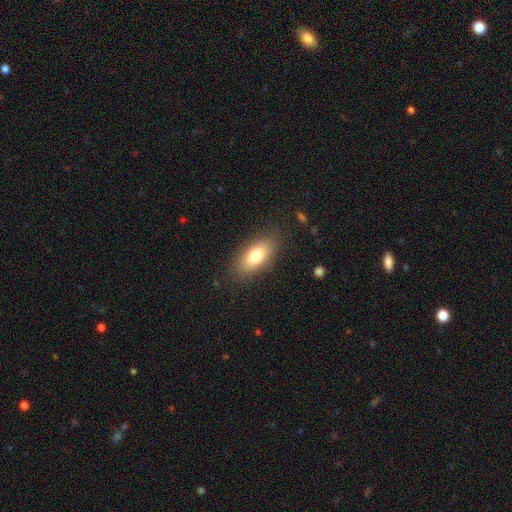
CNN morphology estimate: smooth-or-featured: smooth: 76% | featured or disk: 16% | star or artifact: 8%
  how-rounded: in between: 86% | cigar-shaped: 10% | round: 4%
  merging: none: 85% | minor disturbance: 10% | major disturbance: 4% | merger: 1%